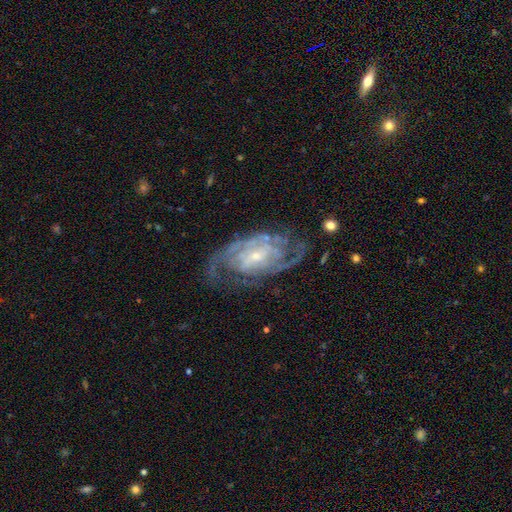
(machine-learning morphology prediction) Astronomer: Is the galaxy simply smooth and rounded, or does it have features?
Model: featured or disk — 87%.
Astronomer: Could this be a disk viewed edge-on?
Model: no — 95%.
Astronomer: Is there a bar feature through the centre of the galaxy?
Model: no — 44% (runner-up: weak, 41%).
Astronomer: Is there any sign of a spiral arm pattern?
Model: yes — 94%.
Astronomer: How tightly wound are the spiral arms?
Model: tight — 49% (runner-up: medium, 40%).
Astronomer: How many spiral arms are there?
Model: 2 — 40% (runner-up: can't tell, 28%).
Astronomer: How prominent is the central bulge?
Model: small — 74%.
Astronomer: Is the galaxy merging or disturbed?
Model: none — 67%.